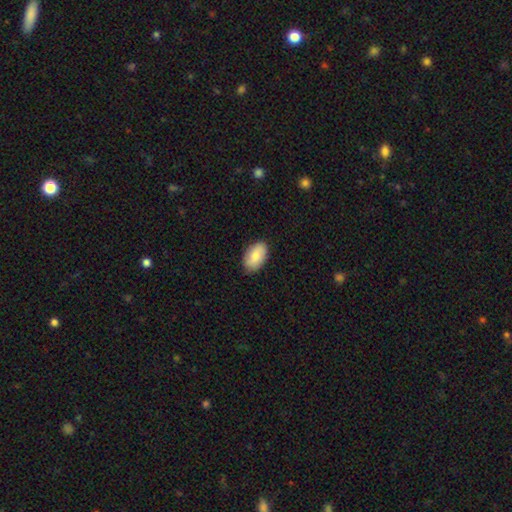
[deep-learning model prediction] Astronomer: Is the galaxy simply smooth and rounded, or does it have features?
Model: smooth — 80%.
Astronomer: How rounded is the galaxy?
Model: in between — 93%.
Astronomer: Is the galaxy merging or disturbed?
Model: none — 85%.